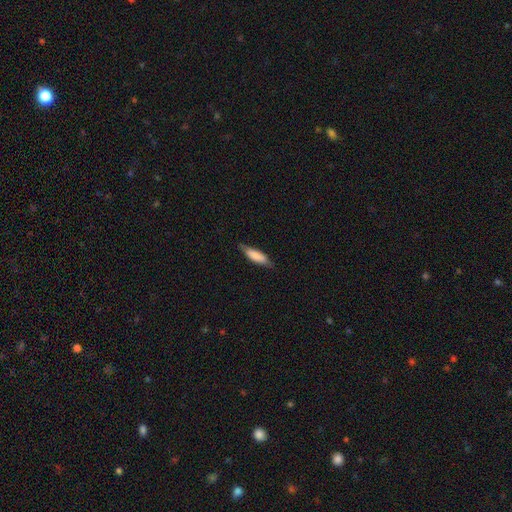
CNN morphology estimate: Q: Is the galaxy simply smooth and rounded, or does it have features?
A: smooth — 77%.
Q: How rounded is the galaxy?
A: cigar-shaped — 60%.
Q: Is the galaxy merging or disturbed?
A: none — 75%.